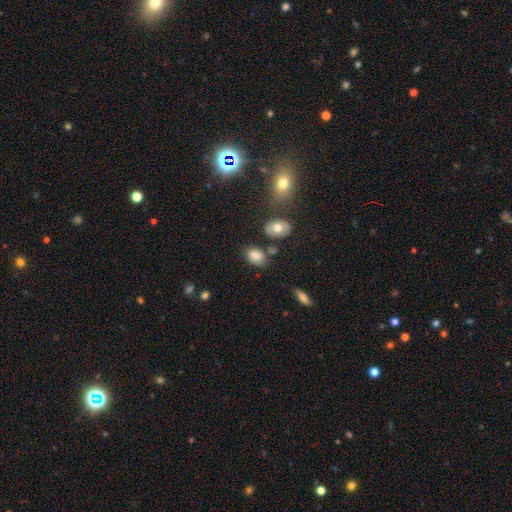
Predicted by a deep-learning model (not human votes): Smooth or featured? smooth (80%)
How rounded? in between (82%)
Merging? none (68%)